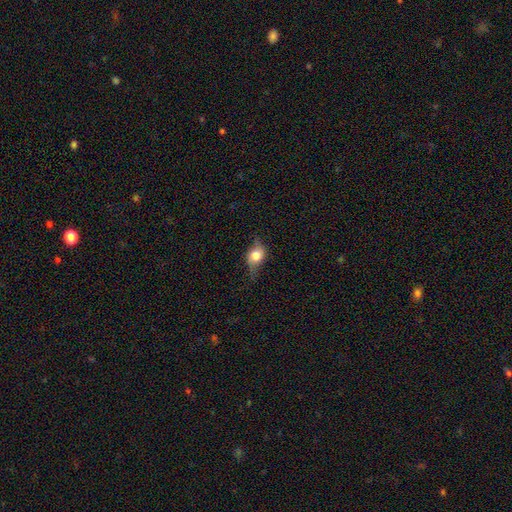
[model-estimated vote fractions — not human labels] This appears to be a smooth galaxy with no disk features (61%) that is in between round and cigar-shaped (58%). Merging: none (55%).